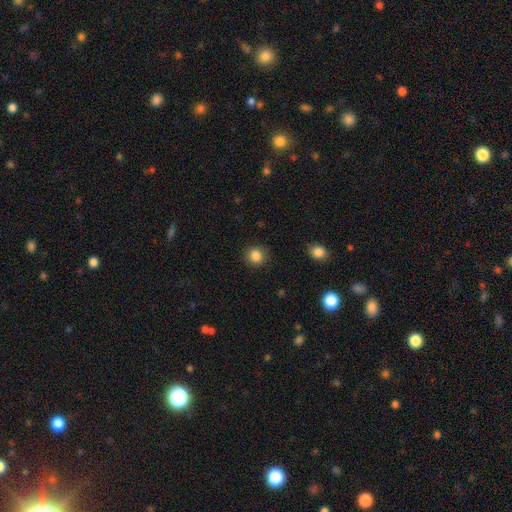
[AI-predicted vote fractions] smooth-or-featured: smooth: 85% | star or artifact: 11% | featured or disk: 4%
  how-rounded: round: 87% | in between: 12% | cigar-shaped: 1%
  merging: none: 89% | minor disturbance: 8% | major disturbance: 2% | merger: 1%